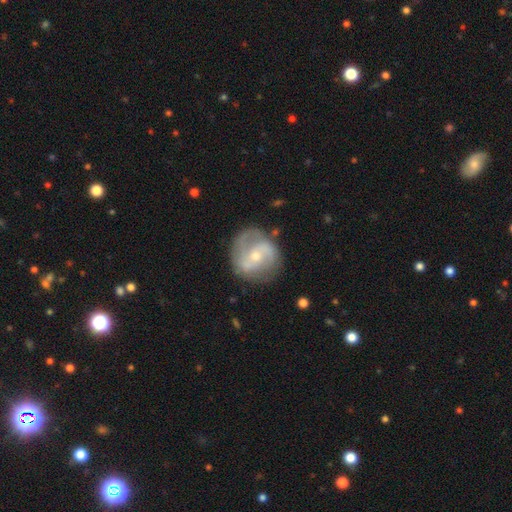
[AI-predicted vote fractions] Smooth or featured: featured or disk — 79% (smooth — 15%)
Edge-on disk: no — 97% (yes — 3%)
Bar: no — 46% (weak — 39%)
Spiral arms: yes — 91% (no — 9%)
Spiral winding: medium — 49% (tight — 27%)
Spiral arm count: 2 — 73% (can't tell — 11%)
Bulge size: small — 58% (moderate — 38%)
Merging: none — 72% (minor disturbance — 17%)